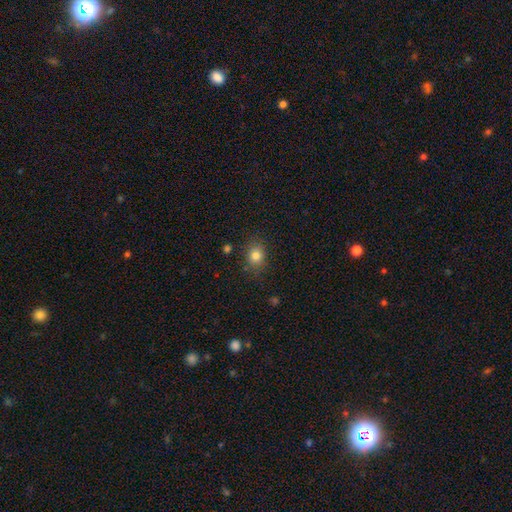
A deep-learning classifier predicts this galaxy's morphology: Smooth or featured? Predicted: smooth (p=0.81). How rounded? Predicted: round (p=0.55). Merging? Predicted: none (p=0.81).